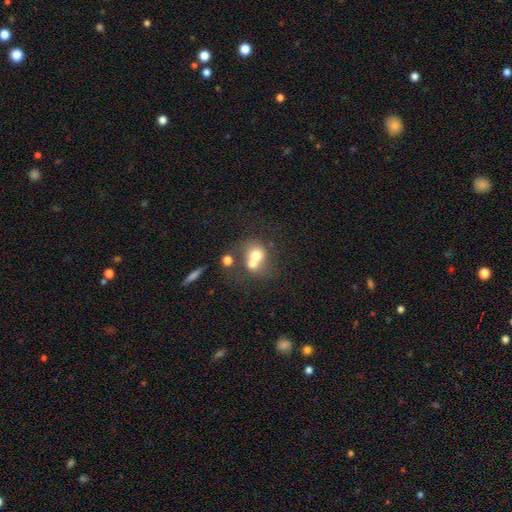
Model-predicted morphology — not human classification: smooth 64%, featured or disk 25%, star or artifact 11%. Down the decision tree: how rounded — round (68%); merging — merger (65%).